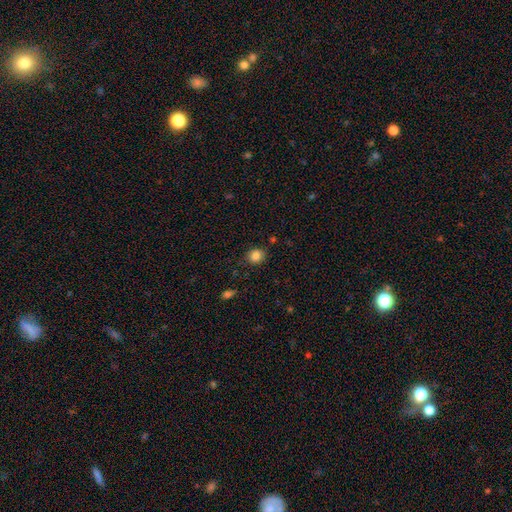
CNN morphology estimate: smooth_or_featured: smooth (p=0.85) [alt: star or artifact p=0.10]
how_rounded: round (p=0.80) [alt: in between p=0.19]
merging: none (p=0.85) [alt: minor disturbance p=0.10]